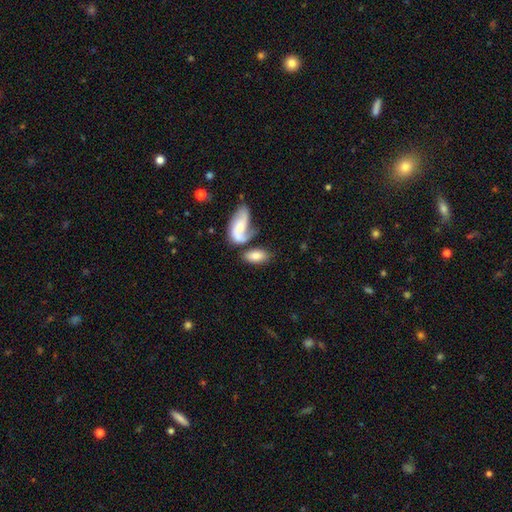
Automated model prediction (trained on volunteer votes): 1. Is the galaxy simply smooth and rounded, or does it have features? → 74% smooth, 20% featured or disk, 6% star or artifact.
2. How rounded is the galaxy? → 90% in between, 6% cigar-shaped, 4% round.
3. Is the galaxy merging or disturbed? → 43% merger, 36% none, 12% minor disturbance, 8% major disturbance.